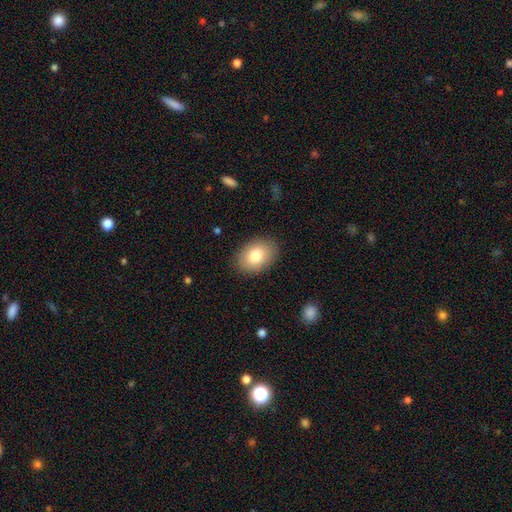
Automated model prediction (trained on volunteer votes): smooth 81%, featured or disk 11%, star or artifact 7%. Down the decision tree: how rounded — in between (82%); merging — none (87%).